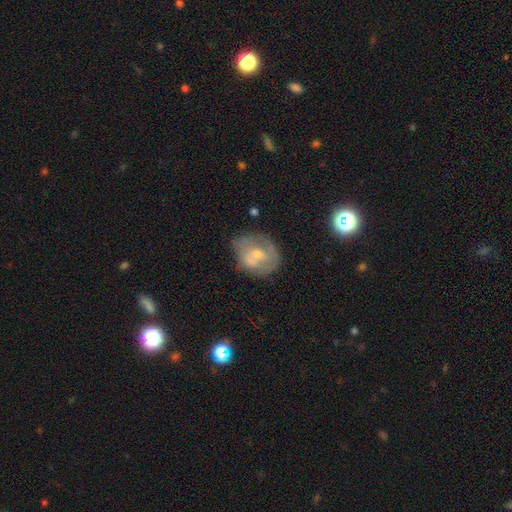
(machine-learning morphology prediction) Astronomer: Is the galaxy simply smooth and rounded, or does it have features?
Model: featured or disk — 49% (runner-up: smooth, 43%).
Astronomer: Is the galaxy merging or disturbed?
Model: none — 43% (runner-up: minor disturbance, 29%).